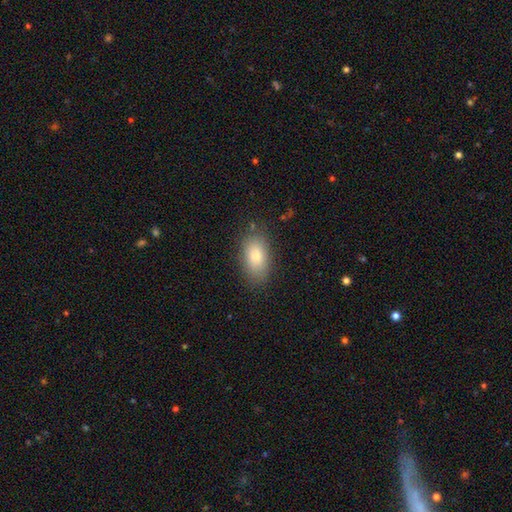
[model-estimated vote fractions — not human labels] This is clearly a smooth galaxy (81%). How rounded: clearly in between (90%). Merging: clearly none (83%).